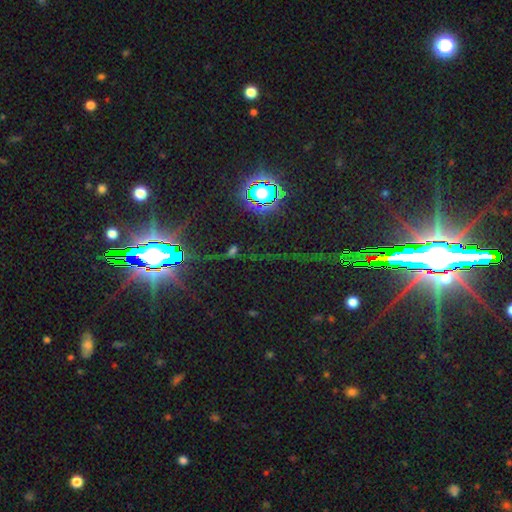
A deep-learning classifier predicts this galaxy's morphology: A star or artifact, not a galaxy (84%).

Vote fractions:
- Smooth or featured? star or artifact: 84% / featured or disk: 9% / smooth: 7%